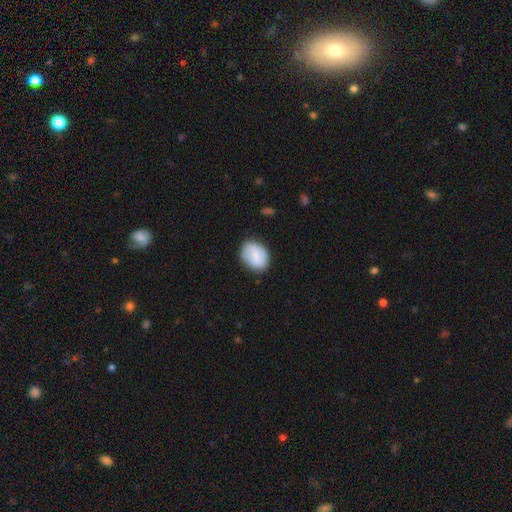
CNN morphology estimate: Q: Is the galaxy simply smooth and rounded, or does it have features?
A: smooth — 71%.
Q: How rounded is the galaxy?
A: in between — 61%.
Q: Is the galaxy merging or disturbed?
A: none — 76%.